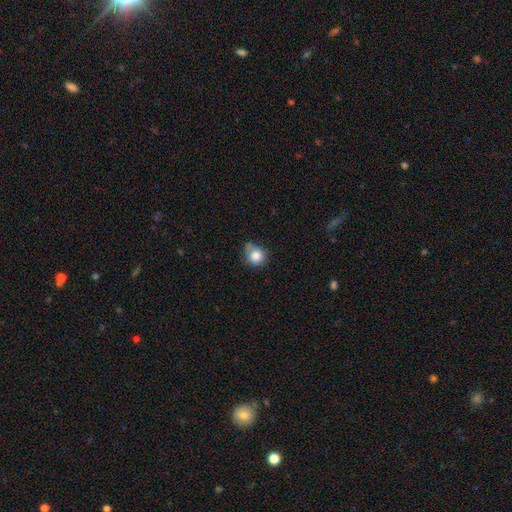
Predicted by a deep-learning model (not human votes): Smooth or featured?
  - smooth: 83% *
  - star or artifact: 9%
  - featured or disk: 8%
How rounded?
  - round: 80% *
  - in between: 20%
  - cigar-shaped: 1%
Merging?
  - none: 49% *
  - minor disturbance: 33%
  - merger: 9%
  - major disturbance: 8%